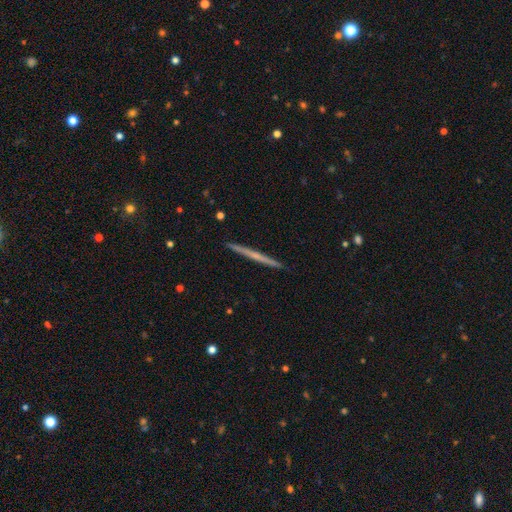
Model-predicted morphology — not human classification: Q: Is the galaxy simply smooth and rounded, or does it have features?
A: featured or disk — 61%.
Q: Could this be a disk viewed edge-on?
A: yes — 98%.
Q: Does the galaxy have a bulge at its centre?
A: none — 72%.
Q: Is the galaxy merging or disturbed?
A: none — 93%.